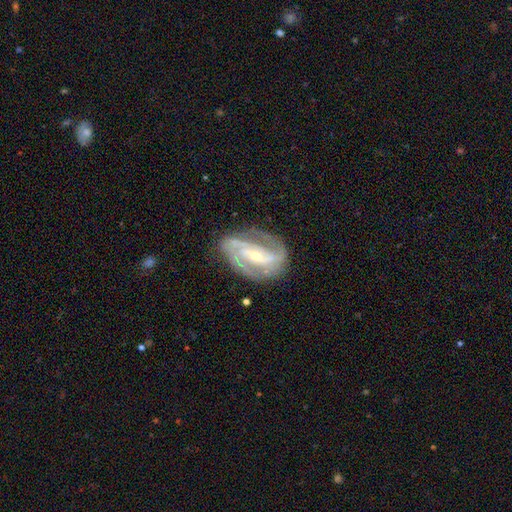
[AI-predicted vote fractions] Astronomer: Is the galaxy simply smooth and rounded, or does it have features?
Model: featured or disk — 89%.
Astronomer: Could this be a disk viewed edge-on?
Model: no — 96%.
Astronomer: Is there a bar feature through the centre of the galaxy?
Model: strong — 49% (runner-up: weak, 30%).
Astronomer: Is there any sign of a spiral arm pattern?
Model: yes — 96%.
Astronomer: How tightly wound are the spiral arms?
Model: medium — 45% (runner-up: tight, 40%).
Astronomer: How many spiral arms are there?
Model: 2 — 57%.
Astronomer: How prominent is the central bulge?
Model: small — 64%.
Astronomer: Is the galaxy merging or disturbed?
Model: none — 70%.